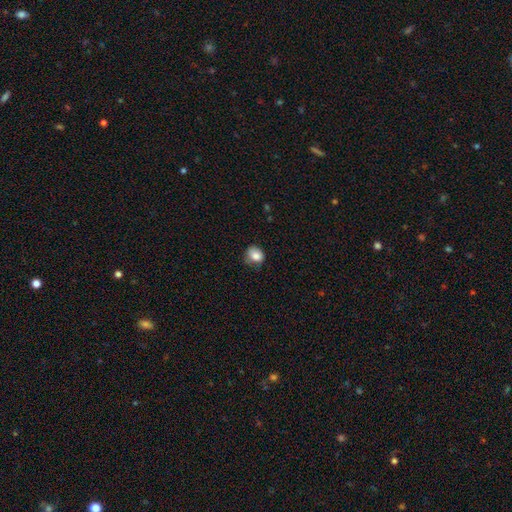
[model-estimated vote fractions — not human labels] Q: Smooth or featured?
A: smooth (83%); runner-up: star or artifact (9%)
Q: How rounded?
A: round (62%); runner-up: in between (37%)
Q: Merging?
A: none (56%); runner-up: minor disturbance (32%)